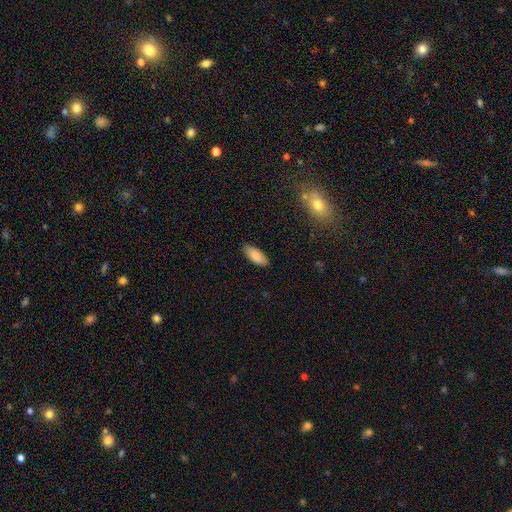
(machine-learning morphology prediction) Smooth or featured? Predicted: smooth (p=0.83). How rounded? Predicted: in between (p=0.84). Merging? Predicted: none (p=0.87).